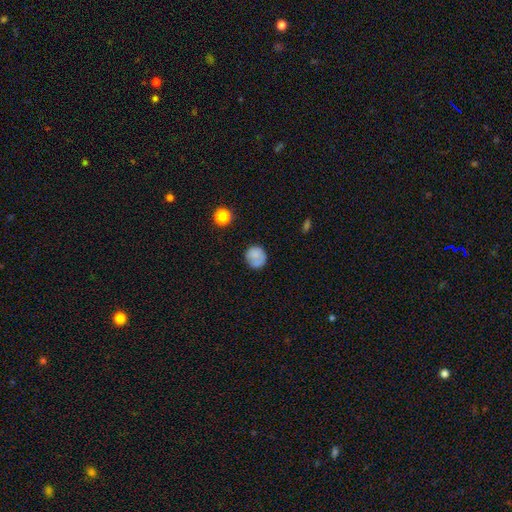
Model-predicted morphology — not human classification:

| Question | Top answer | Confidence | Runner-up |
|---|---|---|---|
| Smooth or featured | smooth | 77% | featured or disk (15%) |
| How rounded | round | 88% | in between (11%) |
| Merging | none | 72% | minor disturbance (19%) |